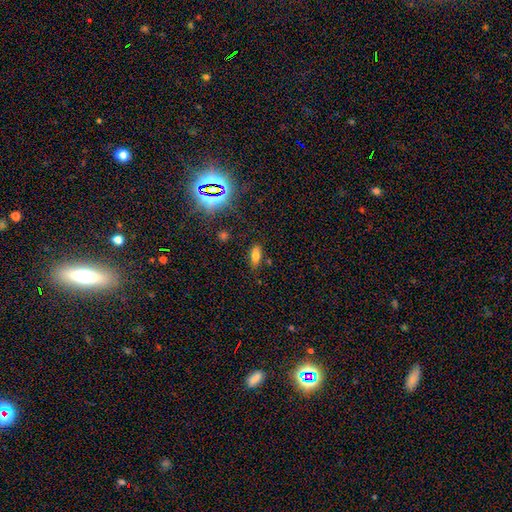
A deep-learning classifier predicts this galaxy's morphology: Smooth or featured?
  - smooth: 72% *
  - star or artifact: 16%
  - featured or disk: 11%
How rounded?
  - in between: 84% *
  - cigar-shaped: 12%
  - round: 4%
Merging?
  - none: 78% *
  - minor disturbance: 14%
  - major disturbance: 4%
  - merger: 4%